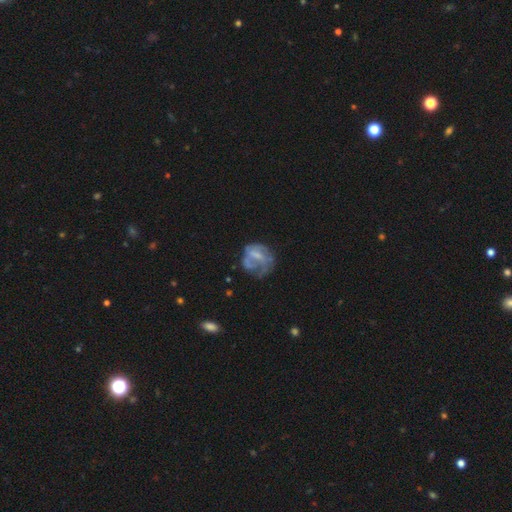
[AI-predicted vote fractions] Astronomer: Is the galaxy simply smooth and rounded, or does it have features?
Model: featured or disk — 54% (runner-up: smooth, 36%).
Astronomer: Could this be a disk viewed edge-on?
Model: no — 98%.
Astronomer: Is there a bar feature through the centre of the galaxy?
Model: no — 50% (runner-up: weak, 38%).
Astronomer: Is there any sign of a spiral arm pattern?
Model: no — 59% (runner-up: yes, 41%).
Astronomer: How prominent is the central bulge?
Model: none — 42% (runner-up: small, 27%).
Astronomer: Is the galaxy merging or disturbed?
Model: none — 37% (runner-up: major disturbance, 34%).